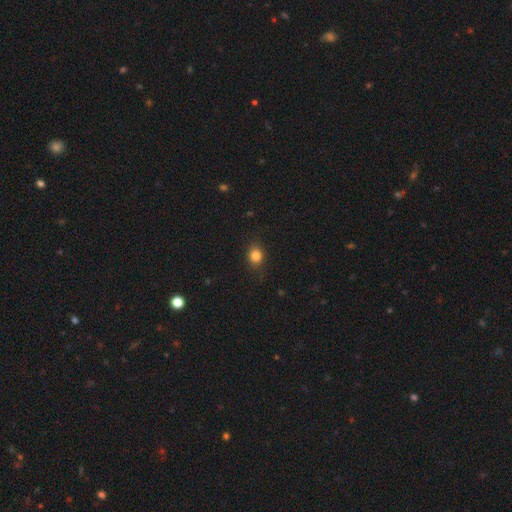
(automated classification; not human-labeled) Overall: smooth (83%). How rounded: round (60%; in between 38%). Merging: none (85%).